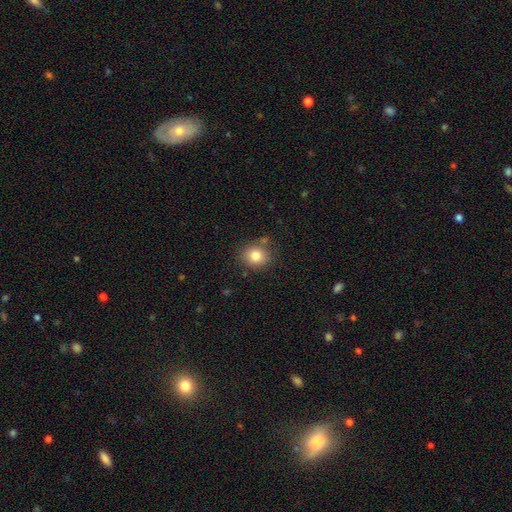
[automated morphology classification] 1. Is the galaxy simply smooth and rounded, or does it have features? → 82% smooth, 10% star or artifact, 8% featured or disk.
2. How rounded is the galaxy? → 75% round, 24% in between, 1% cigar-shaped.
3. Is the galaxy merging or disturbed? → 78% none, 13% minor disturbance, 5% merger, 3% major disturbance.